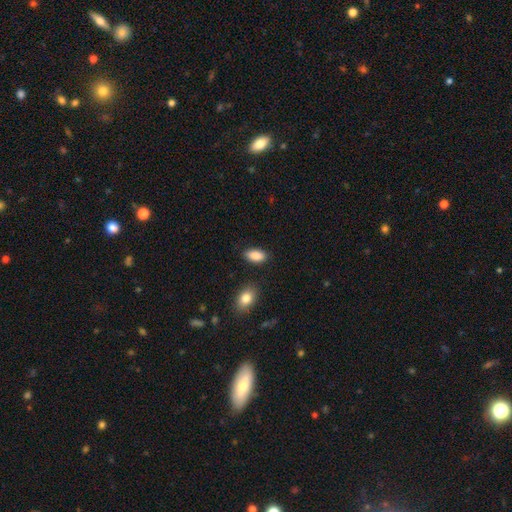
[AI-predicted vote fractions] smooth-or-featured: smooth: 89% | star or artifact: 7% | featured or disk: 4%
  how-rounded: in between: 93% | cigar-shaped: 4% | round: 3%
  merging: none: 86% | minor disturbance: 10% | major disturbance: 2% | merger: 2%